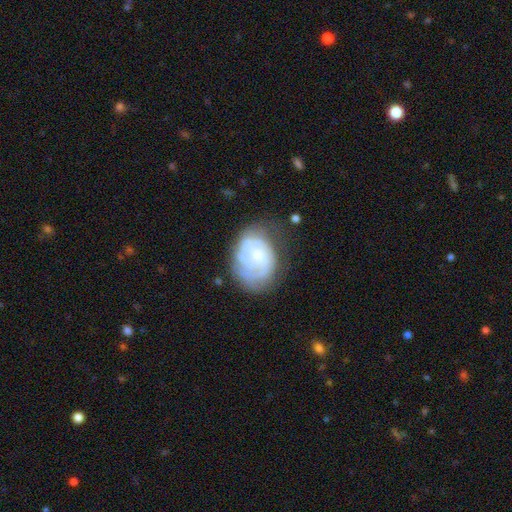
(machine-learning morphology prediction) A featured or disk galaxy (75%) with no bar (72%), tight (60%) spiral arms (86%) and a small central bulge (59%).

Vote fractions:
- Smooth or featured? featured or disk: 75% / smooth: 19% / star or artifact: 6%
- Edge-on disk? no: 98% / yes: 2%
- Bar? no: 72% / weak: 24% / strong: 4%
- Spiral arms? yes: 86% / no: 14%
- Spiral winding? tight: 60% / medium: 31% / loose: 10%
- Spiral arm count? can't tell: 40% / 2: 21% / 3: 21% / 4: 7% / 1: 6% / more than 4: 4%
- Bulge size? small: 59% / moderate: 25% / none: 12% / large: 3% / dominant: 1%
- Merging? none: 57% / minor disturbance: 25% / major disturbance: 15% / merger: 3%